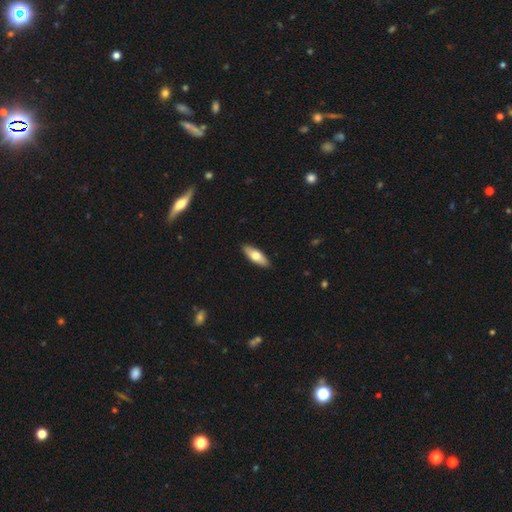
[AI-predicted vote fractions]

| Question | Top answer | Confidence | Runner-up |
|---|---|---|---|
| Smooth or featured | smooth | 66% | featured or disk (29%) |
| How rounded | in between | 62% | cigar-shaped (35%) |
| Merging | none | 89% | minor disturbance (8%) |